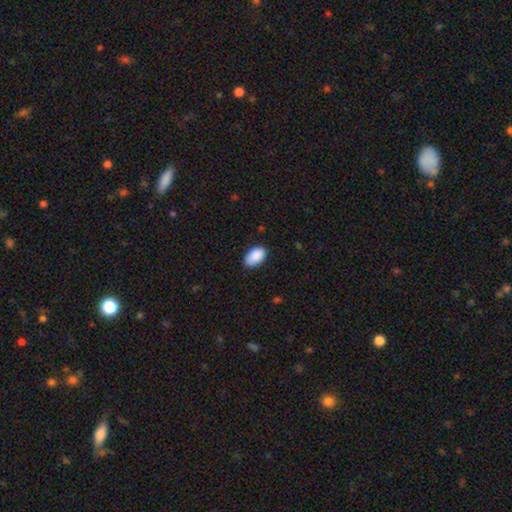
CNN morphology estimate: The model was most divided on "merging": none: 82%, minor disturbance: 15%, major disturbance: 2%, merger: 1%. More confident: how rounded — in between (93%); smooth or featured — smooth (90%).